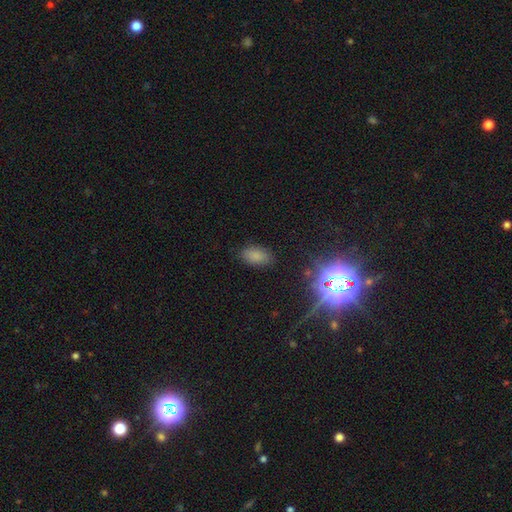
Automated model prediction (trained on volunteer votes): Overall: smooth (78%). How rounded: in between (92%). Merging: none (84%).